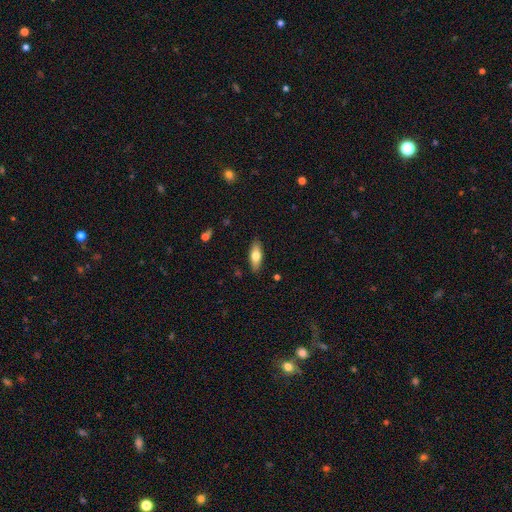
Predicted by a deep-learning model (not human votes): This appears to be a smooth galaxy with no disk features (70%) that is in between round and cigar-shaped (71%). Merging: none (88%).